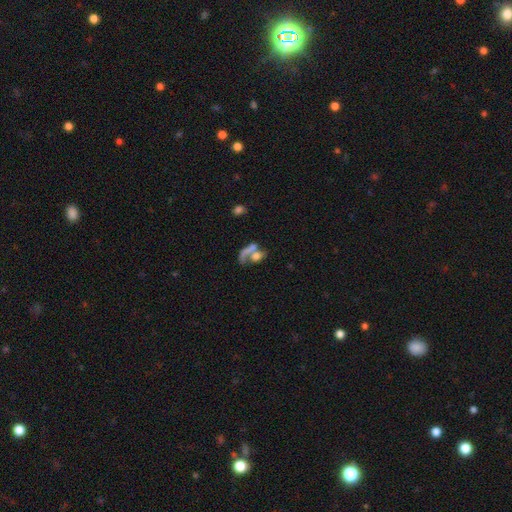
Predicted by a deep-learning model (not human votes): Overall: featured or disk (44%; smooth 40%). Merging: merger (52%; none 24%).